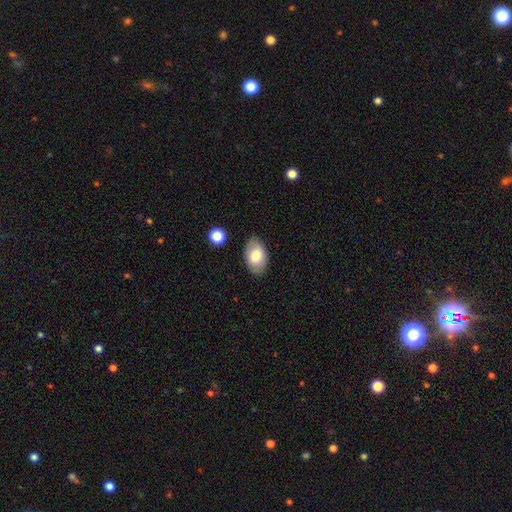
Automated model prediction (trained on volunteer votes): Q: Smooth or featured?
A: smooth (80%); runner-up: featured or disk (14%)
Q: How rounded?
A: in between (92%); runner-up: round (7%)
Q: Merging?
A: none (83%); runner-up: minor disturbance (12%)